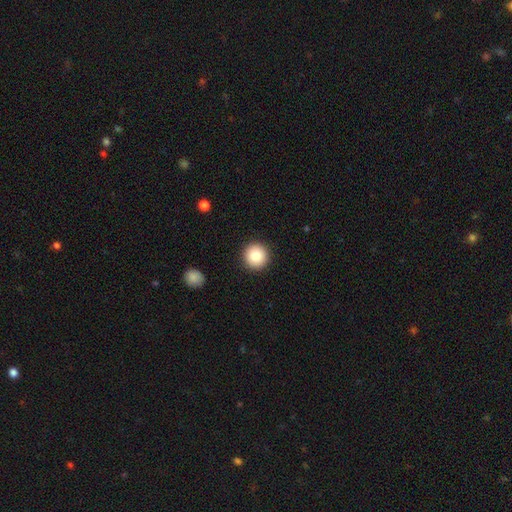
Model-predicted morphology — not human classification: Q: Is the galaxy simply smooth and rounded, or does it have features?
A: smooth — 85%.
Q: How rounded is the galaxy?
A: round — 96%.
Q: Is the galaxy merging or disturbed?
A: none — 92%.